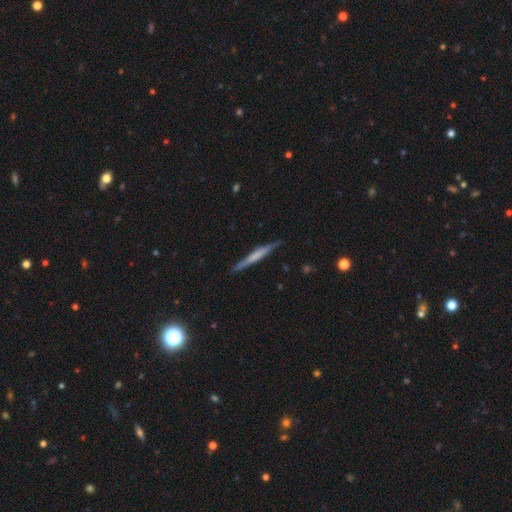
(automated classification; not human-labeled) Smooth or featured? Predicted: featured or disk (p=0.48). Merging? Predicted: none (p=0.86).